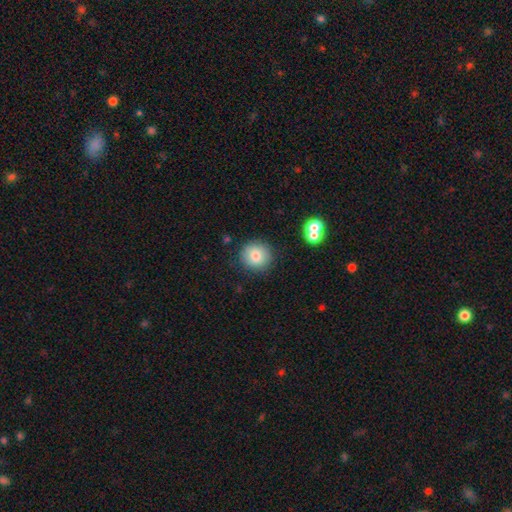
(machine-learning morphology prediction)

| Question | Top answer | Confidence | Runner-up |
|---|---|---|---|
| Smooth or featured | smooth | 81% | star or artifact (10%) |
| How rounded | round | 93% | in between (6%) |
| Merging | none | 86% | minor disturbance (8%) |